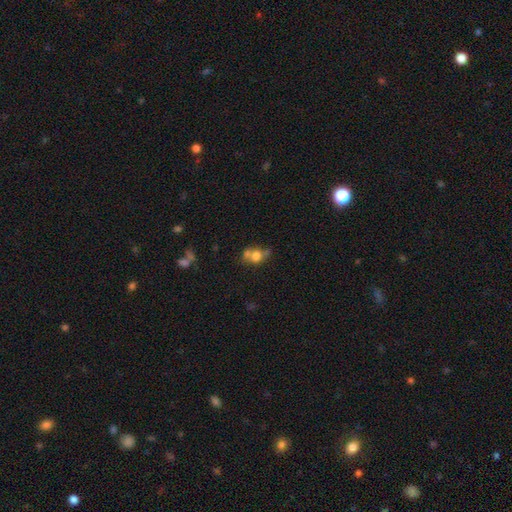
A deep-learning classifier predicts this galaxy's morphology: Smooth or featured: smooth — 66% (featured or disk — 22%)
How rounded: round — 53% (in between — 45%)
Merging: merger — 44% (none — 32%)